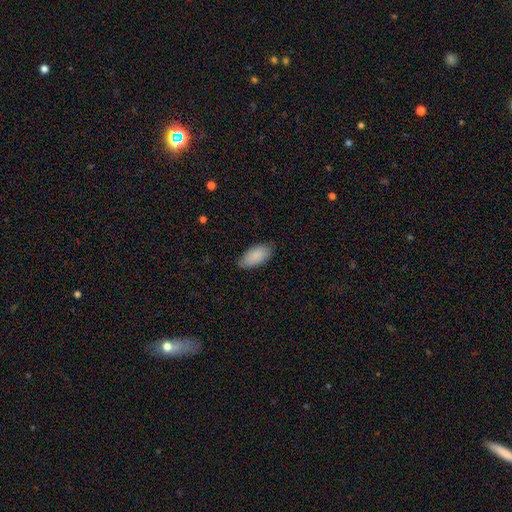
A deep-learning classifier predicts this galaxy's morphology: smooth-or-featured: smooth: 88% | star or artifact: 6% | featured or disk: 6%
  how-rounded: in between: 93% | cigar-shaped: 5% | round: 2%
  merging: none: 78% | minor disturbance: 18% | major disturbance: 3% | merger: 1%